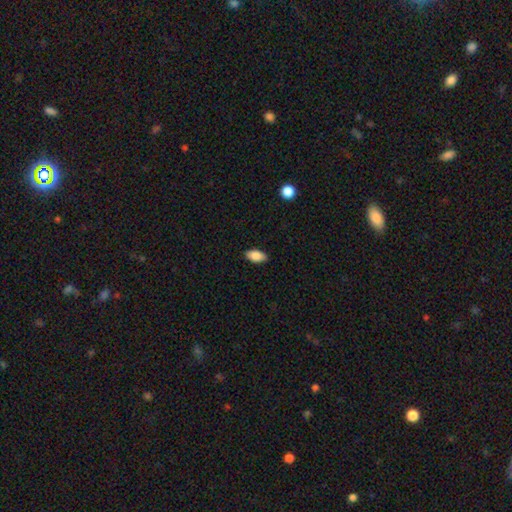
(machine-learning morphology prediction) Smooth or featured? smooth (88%)
How rounded? in between (93%)
Merging? none (88%)